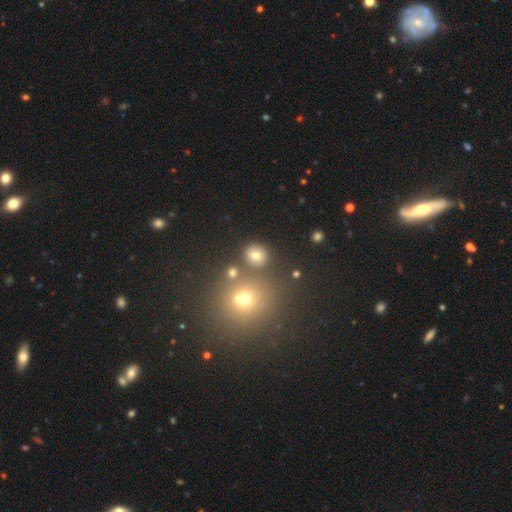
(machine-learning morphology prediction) Smooth or featured? smooth (72%)
How rounded? round (80%)
Merging? none (80%)